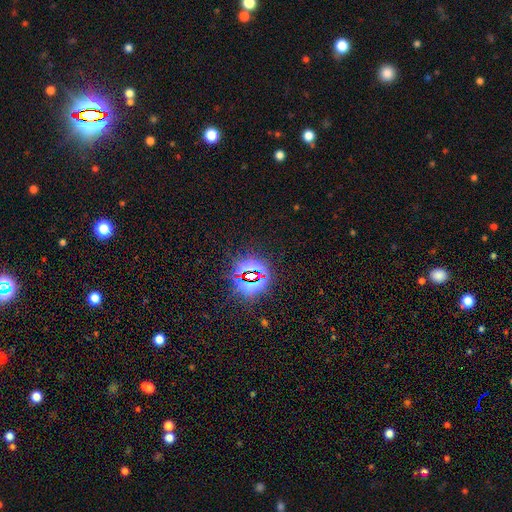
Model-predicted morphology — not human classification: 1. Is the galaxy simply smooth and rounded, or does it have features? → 82% star or artifact, 11% smooth, 7% featured or disk.